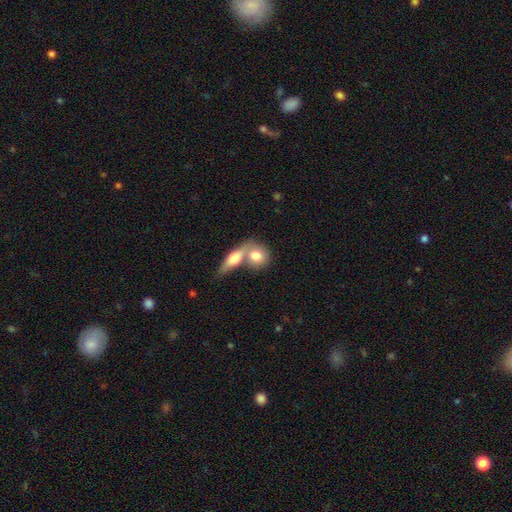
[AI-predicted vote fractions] This is likely a smooth galaxy (74%). How rounded: possibly round (52%). Merging: possibly merger (57%).